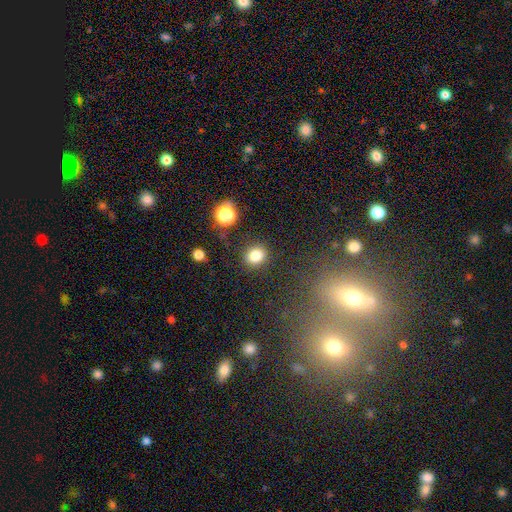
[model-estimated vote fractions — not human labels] smooth_or_featured: smooth (p=0.82) [alt: star or artifact p=0.12]
how_rounded: round (p=0.77) [alt: in between p=0.23]
merging: none (p=0.87) [alt: minor disturbance p=0.08]